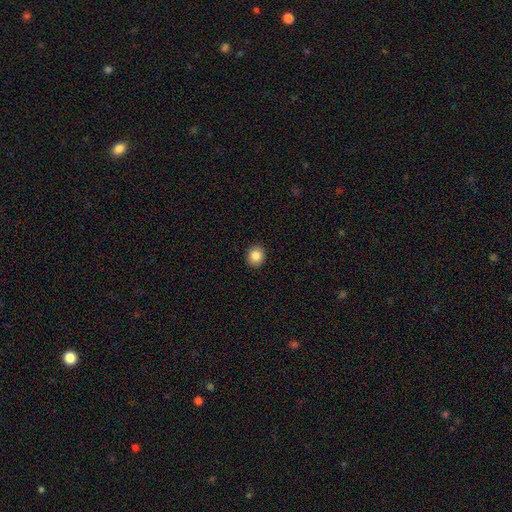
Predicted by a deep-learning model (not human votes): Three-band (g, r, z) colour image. It shows a smooth galaxy with no disk features (86%) that is round (77%). Merging: none (91%).